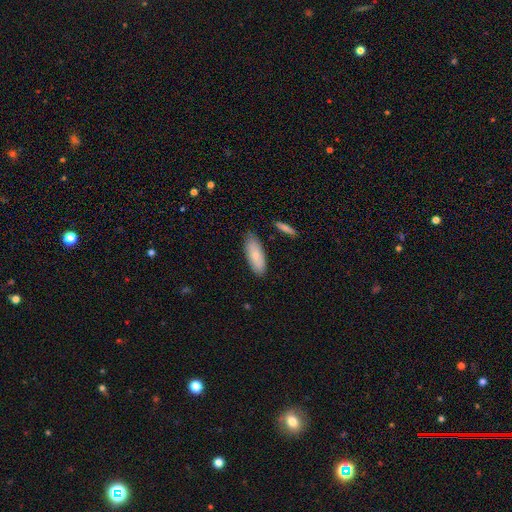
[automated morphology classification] Smooth or featured: smooth — 78% (featured or disk — 16%)
How rounded: in between — 76% (cigar-shaped — 22%)
Merging: none — 80% (minor disturbance — 15%)